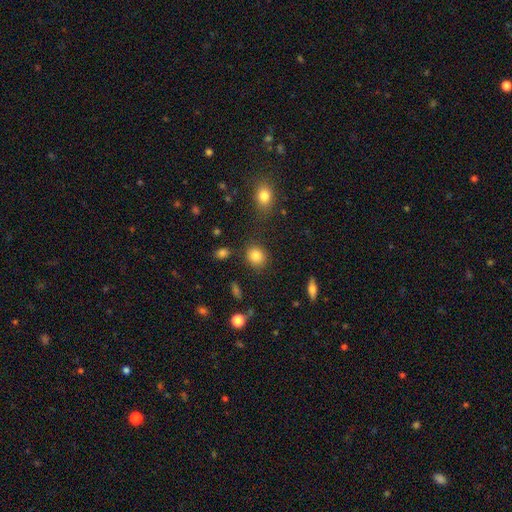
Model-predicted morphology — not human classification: Smooth or featured? Predicted: smooth (p=0.84). How rounded? Predicted: round (p=0.75). Merging? Predicted: none (p=0.84).